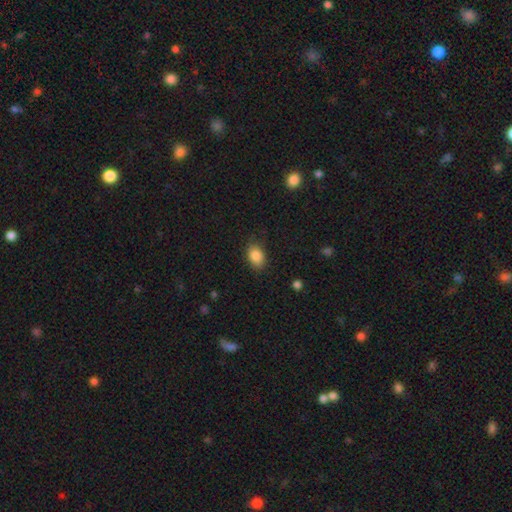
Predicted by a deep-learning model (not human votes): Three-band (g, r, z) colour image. It shows a smooth galaxy with no disk features (86%) that is in between round and cigar-shaped (83%). Merging: none (82%).